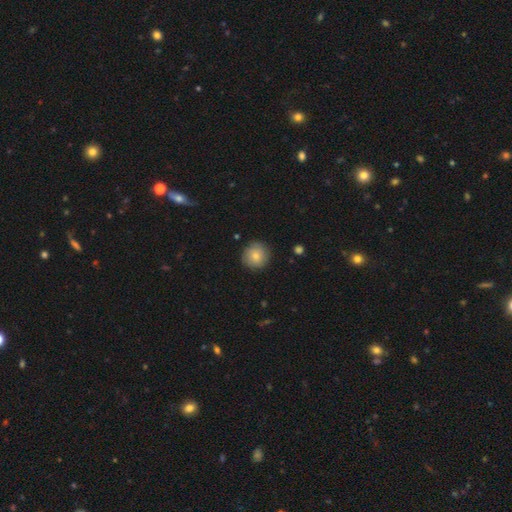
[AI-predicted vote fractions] The model was most divided on "smooth or featured": smooth: 80%, featured or disk: 12%, star or artifact: 8%. More confident: how rounded — round (93%); merging — none (89%).